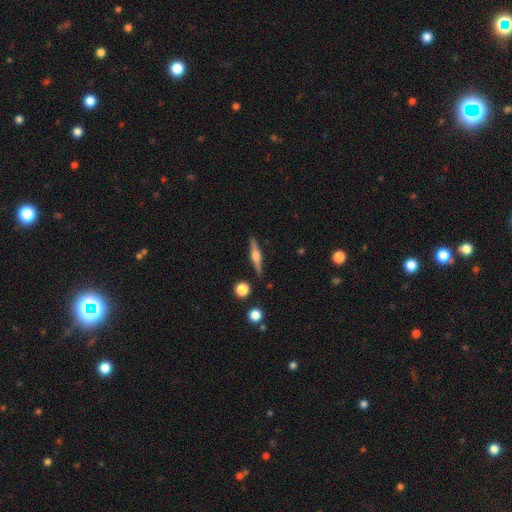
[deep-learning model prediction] Smooth or featured?
  - featured or disk: 74% *
  - smooth: 19%
  - star or artifact: 6%
Edge-on disk?
  - yes: 98% *
  - no: 2%
Edge-on bulge?
  - rounded: 88% *
  - boxy: 10%
  - none: 2%
Merging?
  - none: 88% *
  - minor disturbance: 7%
  - merger: 2%
  - major disturbance: 2%